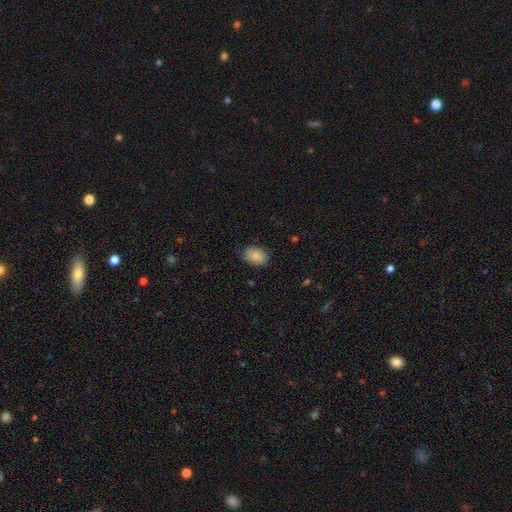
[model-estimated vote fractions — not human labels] Smooth or featured: smooth — 87% (star or artifact — 7%)
How rounded: in between — 84% (round — 15%)
Merging: none — 80% (minor disturbance — 15%)